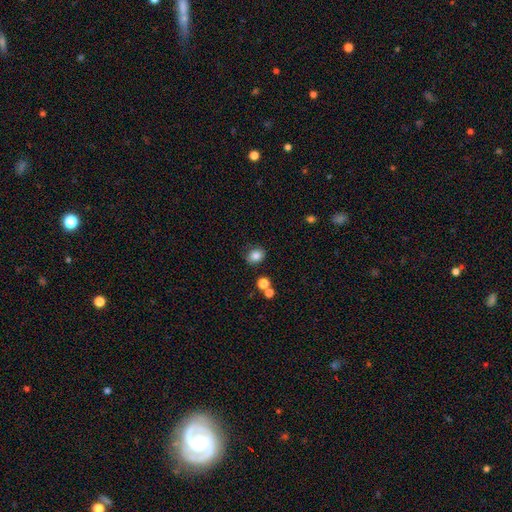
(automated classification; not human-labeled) A smooth galaxy with no disk features (83%) that is round (56%).

Vote fractions:
- Smooth or featured? smooth: 83% / star or artifact: 11% / featured or disk: 6%
- How rounded? round: 56% / in between: 43% / cigar-shaped: 1%
- Merging? none: 81% / minor disturbance: 11% / merger: 5% / major disturbance: 3%